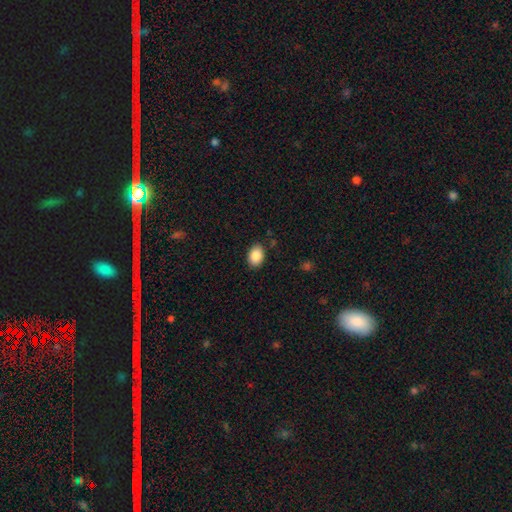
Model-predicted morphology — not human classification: Smooth or featured? smooth (88%)
How rounded? in between (80%)
Merging? none (87%)